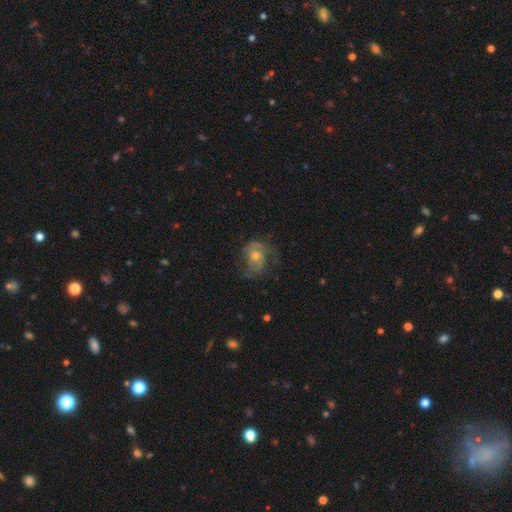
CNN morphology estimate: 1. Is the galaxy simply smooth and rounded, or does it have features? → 74% featured or disk, 19% smooth, 7% star or artifact.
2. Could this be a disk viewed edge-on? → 97% no, 3% yes.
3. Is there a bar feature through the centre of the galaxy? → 66% no, 29% weak, 5% strong.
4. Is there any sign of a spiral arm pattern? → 90% yes, 10% no.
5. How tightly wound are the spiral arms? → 49% medium, 32% loose, 19% tight.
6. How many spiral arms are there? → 79% 2, 9% can't tell, 5% 1, 4% 3, 1% 4, 1% more than 4.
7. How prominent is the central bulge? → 55% moderate, 37% small, 4% large, 2% none, 1% dominant.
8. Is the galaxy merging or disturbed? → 58% none, 21% minor disturbance, 19% major disturbance, 1% merger.